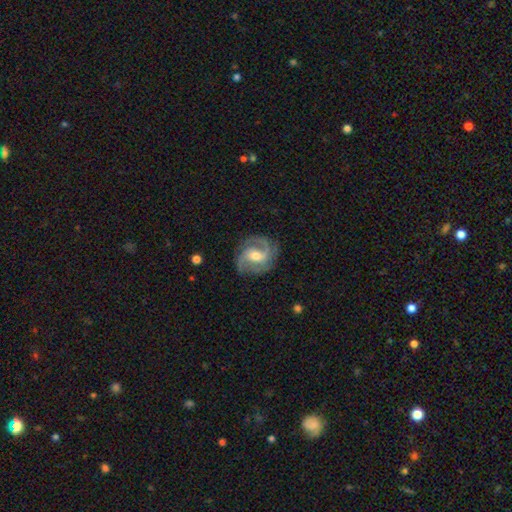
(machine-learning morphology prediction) This is clearly a featured or disk galaxy (88%). It is clearly not viewed edge-on (97%). Bar: possibly weak (47%). Spiral arm pattern: clearly yes (97%). Spiral arm count: likely 2 (62%). Spiral winding: possibly medium (51%). Central bulge: likely moderate (65%). Merging: likely none (80%).